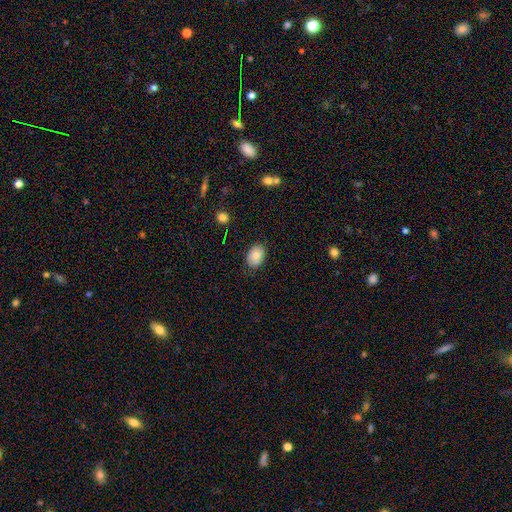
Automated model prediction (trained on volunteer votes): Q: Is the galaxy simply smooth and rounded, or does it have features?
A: smooth — 83%.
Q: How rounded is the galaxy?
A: in between — 80%.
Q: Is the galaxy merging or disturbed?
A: none — 79%.